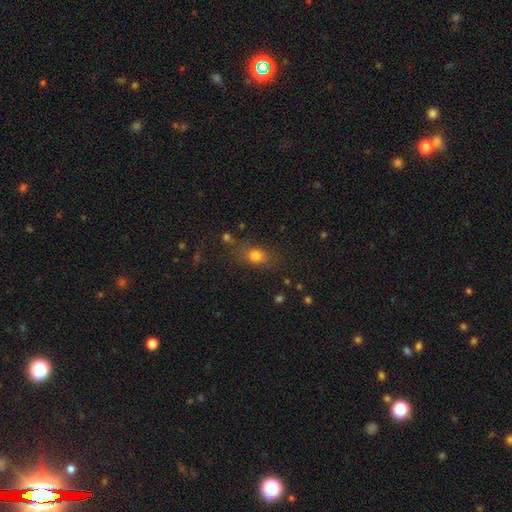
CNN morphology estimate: Smooth or featured: smooth — 76% (star or artifact — 14%)
How rounded: in between — 53% (round — 43%)
Merging: none — 70% (minor disturbance — 17%)